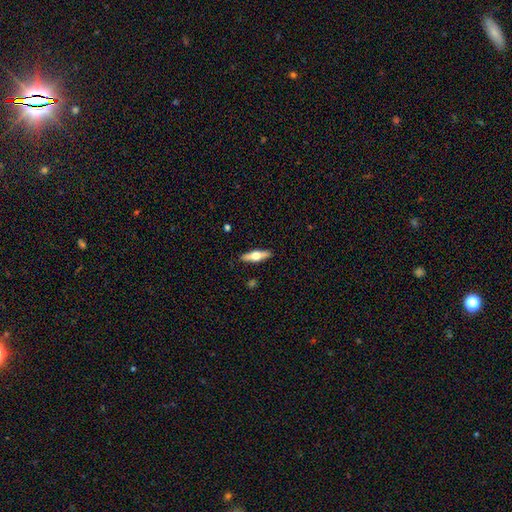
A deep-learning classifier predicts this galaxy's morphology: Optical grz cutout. It shows a featured or disk galaxy (55%) viewed edge-on (93%) with a rounded central bulge (95%). Merging: none (90%).